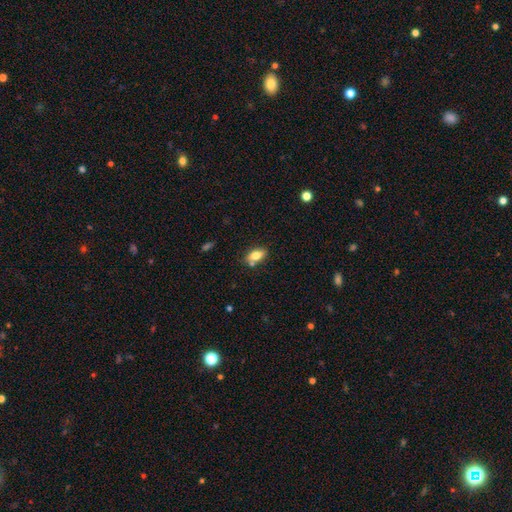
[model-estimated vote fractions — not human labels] Morphology: type=smooth (76%); roundness=in between (87%); merging=none (72%).